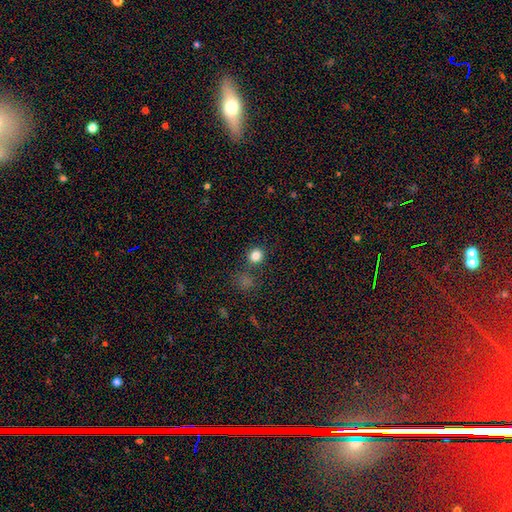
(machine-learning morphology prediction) A smooth galaxy with no disk features (83%) that is round (86%). Merging: none (81%).